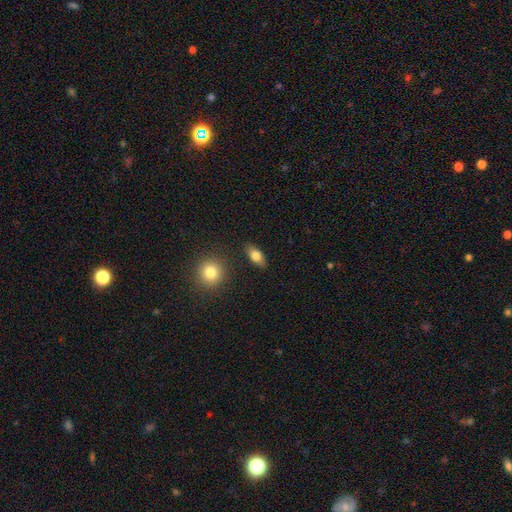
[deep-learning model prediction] Overall: smooth (78%). How rounded: in between (84%). Merging: none (85%).